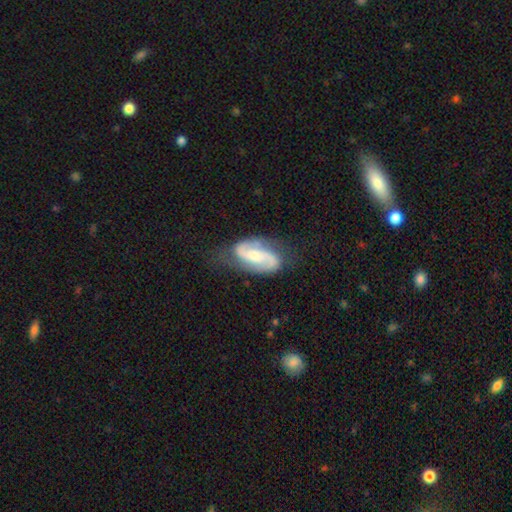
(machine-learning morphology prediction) type=featured or disk (83%); edge-on=no (97%); bar=weak (40%); spiral arms=yes (96%); winding=medium (48%); arm count=2 (91%); bulge=small (46%); merging=none (68%).